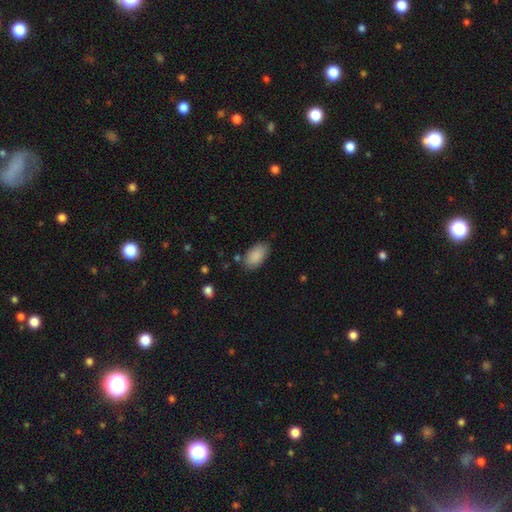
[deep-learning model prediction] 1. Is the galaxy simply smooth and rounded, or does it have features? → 88% smooth, 6% star or artifact, 5% featured or disk.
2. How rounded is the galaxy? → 94% in between, 4% round, 2% cigar-shaped.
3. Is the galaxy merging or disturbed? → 77% none, 17% minor disturbance, 3% major disturbance, 3% merger.